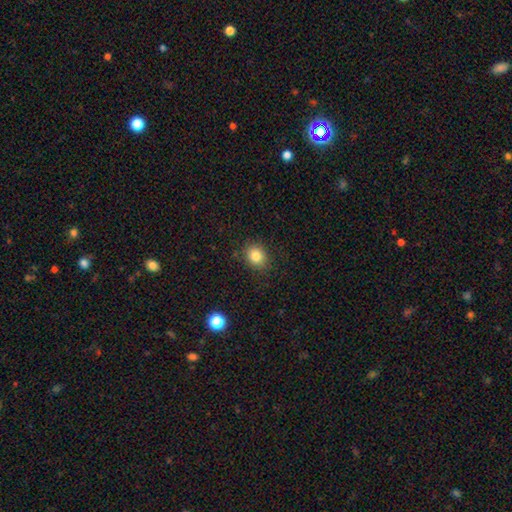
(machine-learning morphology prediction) Smooth or featured? smooth (82%)
How rounded? round (65%)
Merging? none (86%)